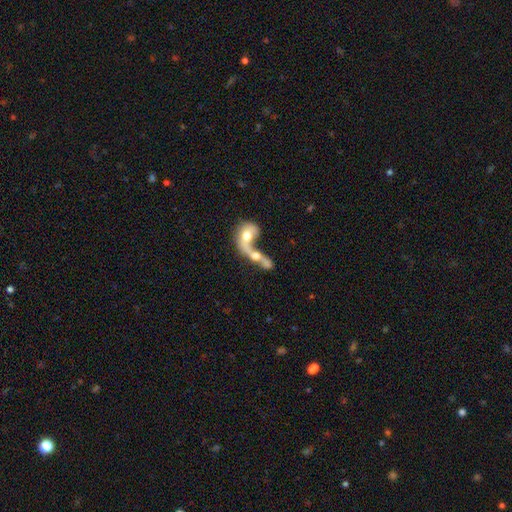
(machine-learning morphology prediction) Smooth or featured? smooth (47%)
Merging? merger (79%)